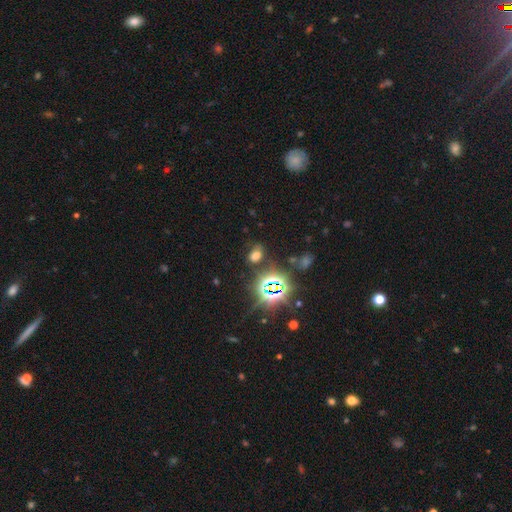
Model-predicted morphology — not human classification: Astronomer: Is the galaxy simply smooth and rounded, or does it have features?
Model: smooth — 51% (runner-up: star or artifact, 41%).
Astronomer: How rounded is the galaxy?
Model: in between — 74%.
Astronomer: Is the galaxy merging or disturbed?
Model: none — 73%.